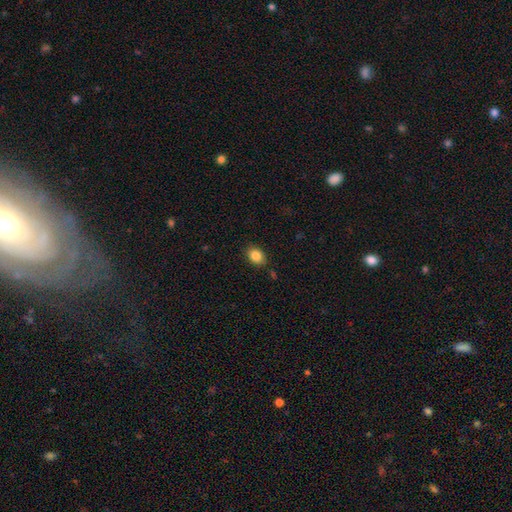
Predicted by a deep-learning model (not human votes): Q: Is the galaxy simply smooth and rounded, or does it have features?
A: smooth — 86%.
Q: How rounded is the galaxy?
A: in between — 63%.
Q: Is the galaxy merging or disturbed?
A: none — 85%.